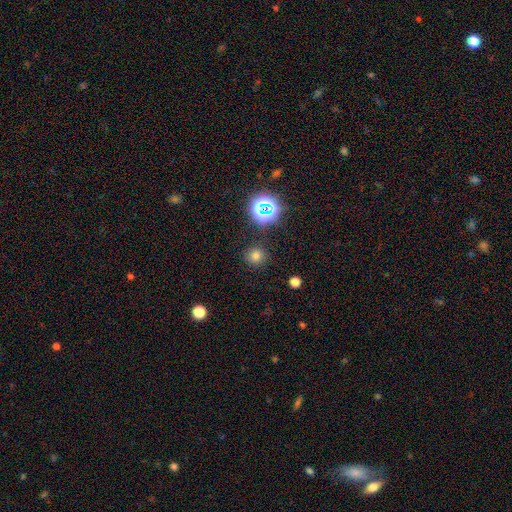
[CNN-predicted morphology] smooth_or_featured: smooth (p=0.71) [alt: star or artifact p=0.22]
how_rounded: round (p=0.92) [alt: in between p=0.07]
merging: none (p=0.88) [alt: minor disturbance p=0.07]